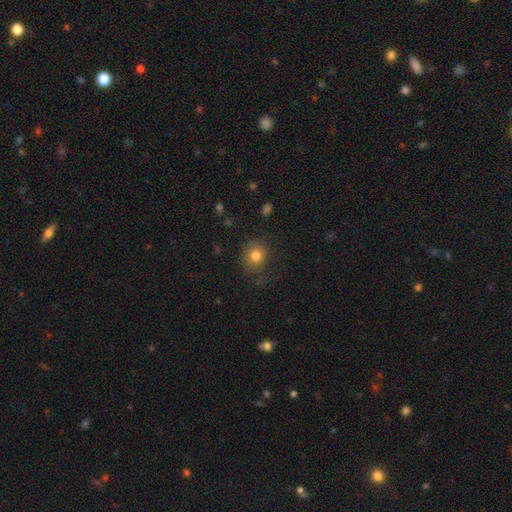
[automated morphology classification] type=smooth (79%); roundness=round (81%); merging=none (73%).